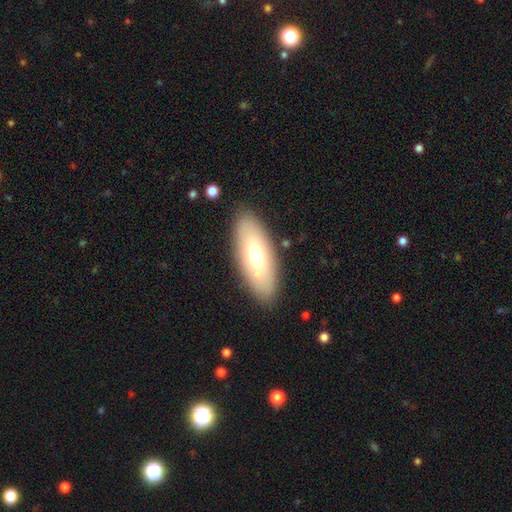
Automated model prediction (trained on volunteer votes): Smooth or featured? Predicted: smooth (p=0.63). How rounded? Predicted: in between (p=0.74). Merging? Predicted: none (p=0.83).